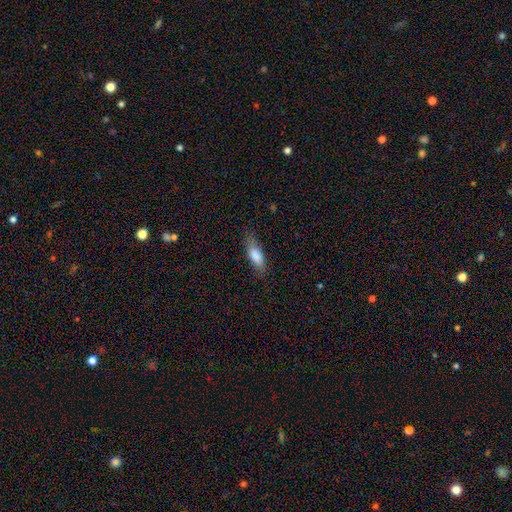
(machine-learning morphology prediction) smooth 84%, featured or disk 10%, star or artifact 6%. Down the decision tree: how rounded — in between (66%); merging — none (74%).